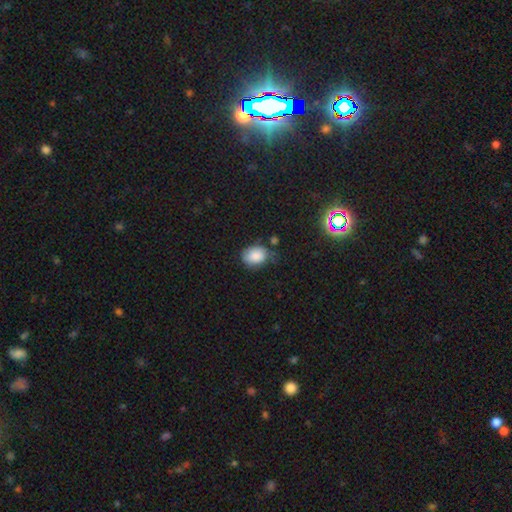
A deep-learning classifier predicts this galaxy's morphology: Smooth or featured? Predicted: smooth (p=0.83). How rounded? Predicted: in between (p=0.69). Merging? Predicted: none (p=0.56).